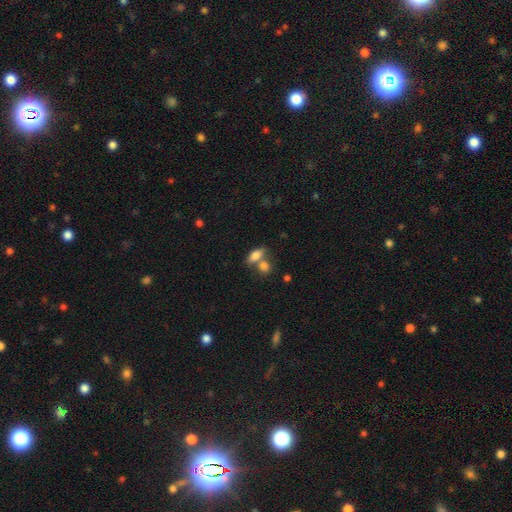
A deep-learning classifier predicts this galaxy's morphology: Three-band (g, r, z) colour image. It shows a smooth galaxy with no disk features (78%) that is in between round and cigar-shaped (78%). Merging: none (42%, tied with merger).